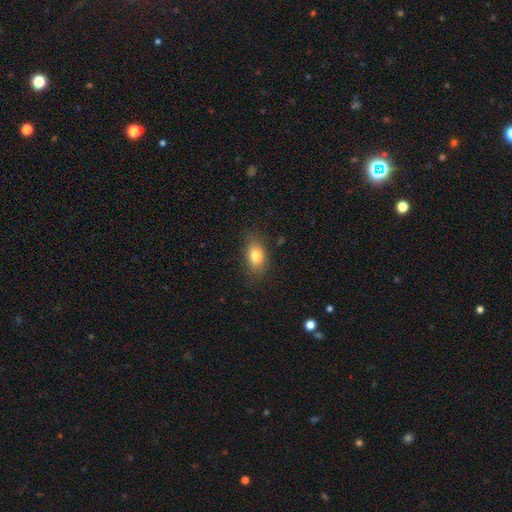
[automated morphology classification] smooth-or-featured: smooth: 79% | featured or disk: 12% | star or artifact: 9%
  how-rounded: in between: 83% | round: 14% | cigar-shaped: 3%
  merging: none: 79% | minor disturbance: 16% | major disturbance: 4% | merger: 1%